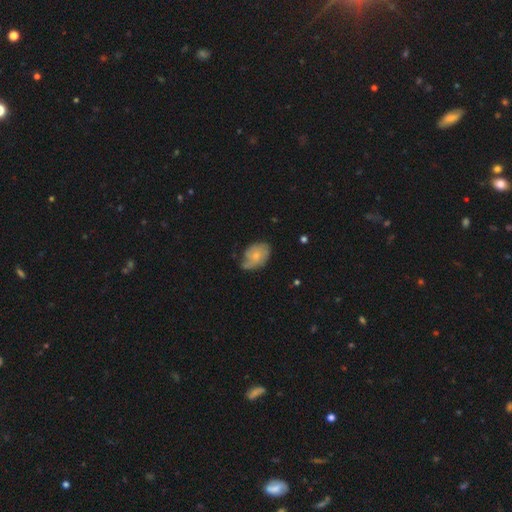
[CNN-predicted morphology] A smooth galaxy with no disk features (53%) that is in between round and cigar-shaped (79%). Merging: none (42%).